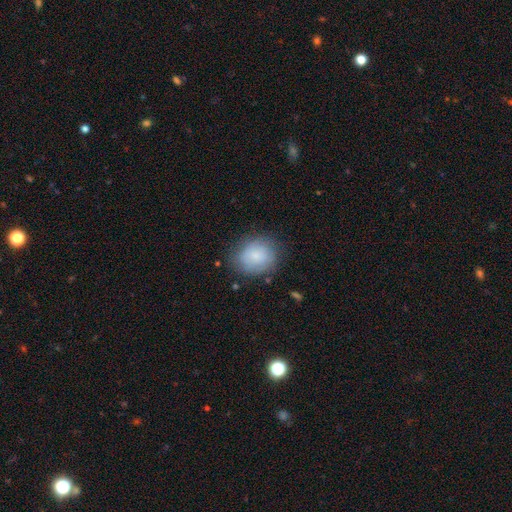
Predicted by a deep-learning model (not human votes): The model was most divided on "how rounded": round: 62%, in between: 37%, cigar-shaped: 1%. More confident: smooth or featured — smooth (79%); merging — none (75%).